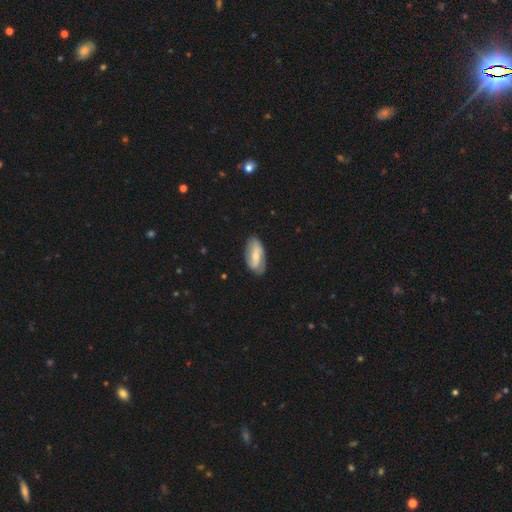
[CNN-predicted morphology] type=featured or disk (54%); edge-on=no (91%); merging=none (74%).